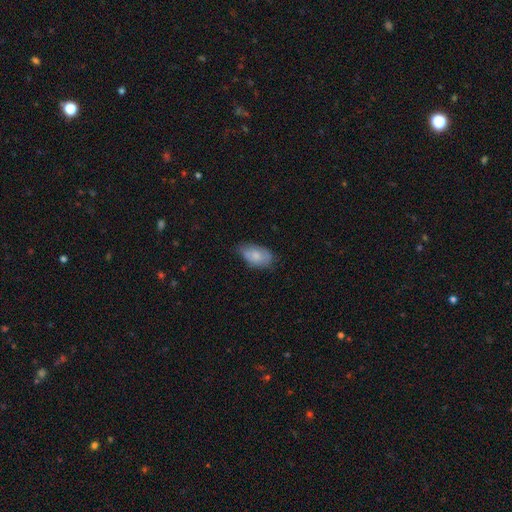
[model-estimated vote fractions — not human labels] A smooth galaxy with no disk features (76%) that is in between round and cigar-shaped (93%).

Vote fractions:
- Smooth or featured? smooth: 76% / featured or disk: 18% / star or artifact: 7%
- How rounded? in between: 93% / round: 5% / cigar-shaped: 2%
- Merging? none: 56% / minor disturbance: 35% / major disturbance: 7% / merger: 2%